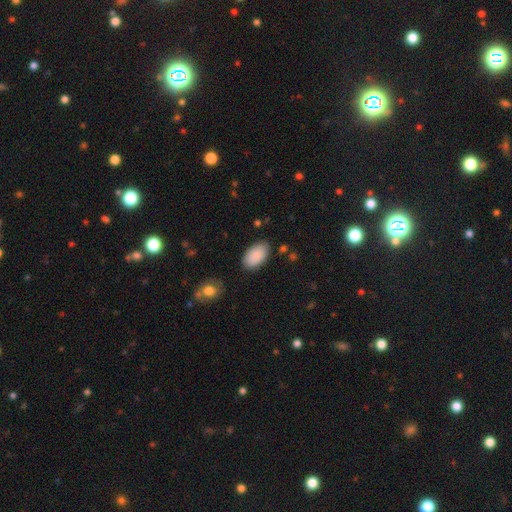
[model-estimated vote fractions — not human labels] Overall: smooth (90%). How rounded: in between (95%). Merging: none (84%).